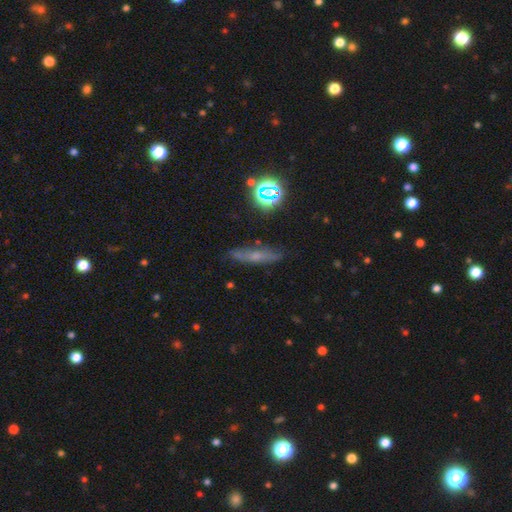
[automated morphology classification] Overall: smooth (44%; featured or disk 36%). Merging: none (80%).